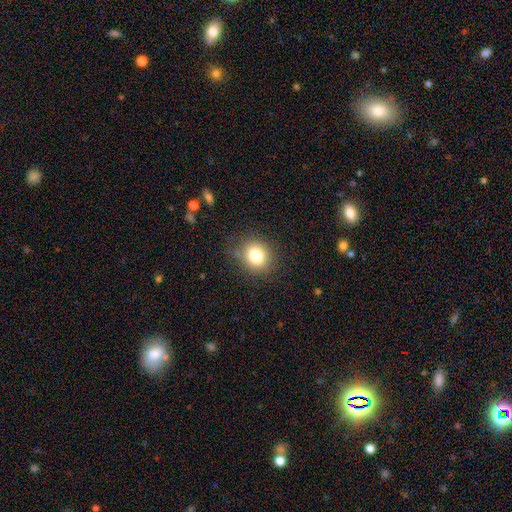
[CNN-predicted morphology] type=smooth (79%); roundness=round (77%); merging=none (81%).